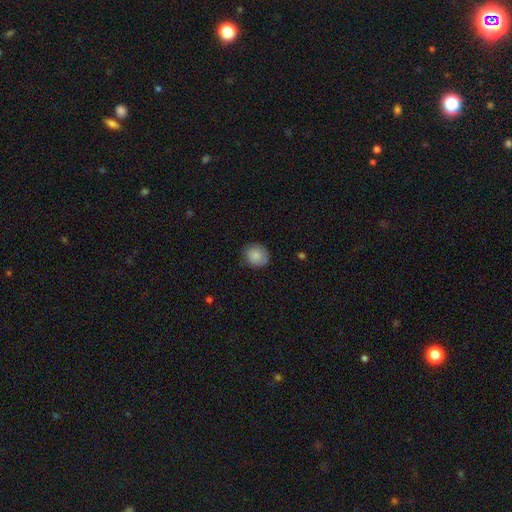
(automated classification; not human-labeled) Smooth or featured: smooth — 85% (featured or disk — 7%)
How rounded: round — 79% (in between — 20%)
Merging: none — 82% (minor disturbance — 14%)